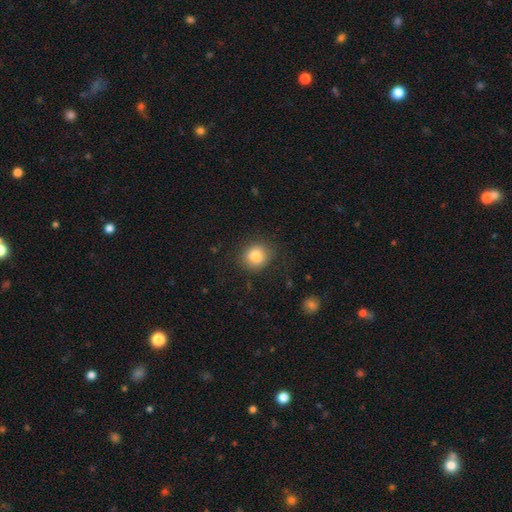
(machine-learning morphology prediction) Smooth or featured? smooth (83%)
How rounded? round (83%)
Merging? none (84%)